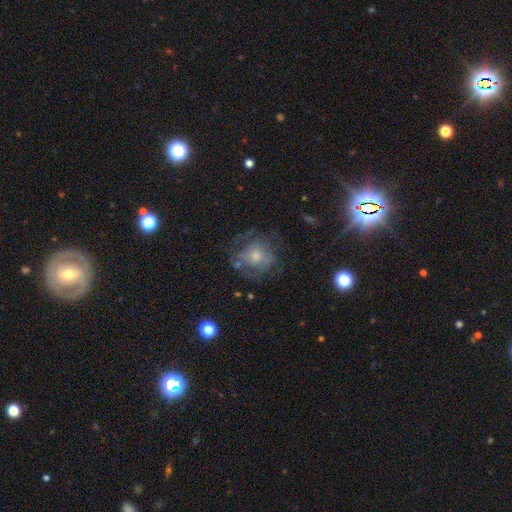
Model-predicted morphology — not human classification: Q: Smooth or featured?
A: featured or disk (53%); runner-up: smooth (29%)
Q: Edge-on disk?
A: no (96%); runner-up: yes (4%)
Q: Bar?
A: no (80%); runner-up: weak (16%)
Q: Spiral arms?
A: yes (60%); runner-up: no (40%)
Q: Bulge size?
A: moderate (47%); runner-up: small (38%)
Q: Merging?
A: none (65%); runner-up: minor disturbance (18%)